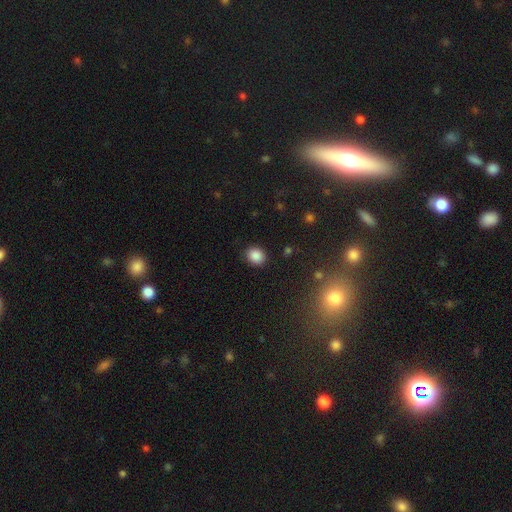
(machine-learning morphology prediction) Smooth or featured? smooth (86%)
How rounded? round (67%)
Merging? none (88%)